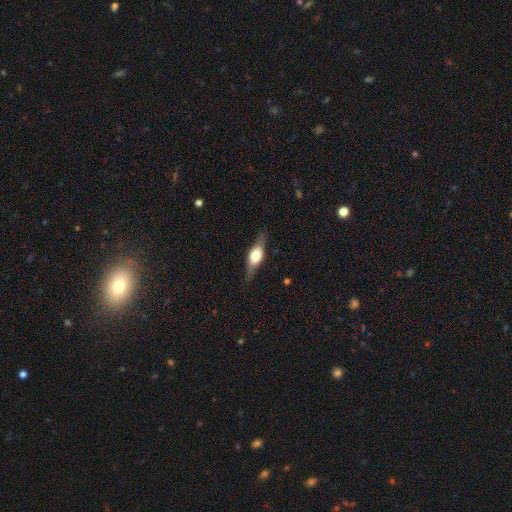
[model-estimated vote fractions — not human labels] Smooth or featured?
  - featured or disk: 58% *
  - smooth: 35%
  - star or artifact: 7%
Edge-on disk?
  - yes: 91% *
  - no: 9%
Edge-on bulge?
  - rounded: 91% *
  - boxy: 7%
  - none: 1%
Merging?
  - none: 79% *
  - minor disturbance: 15%
  - major disturbance: 4%
  - merger: 1%